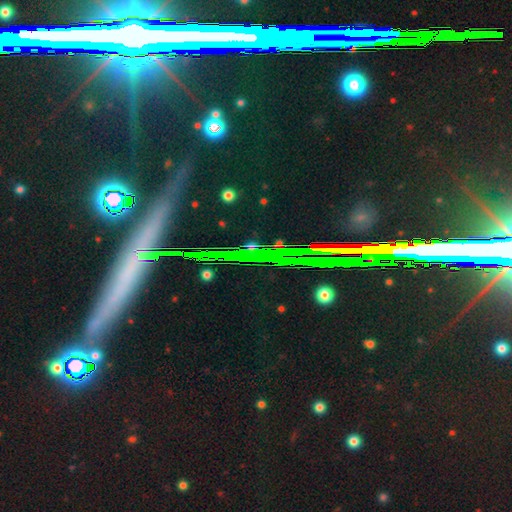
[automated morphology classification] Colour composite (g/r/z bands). It shows a star or artifact, not a galaxy (73%).